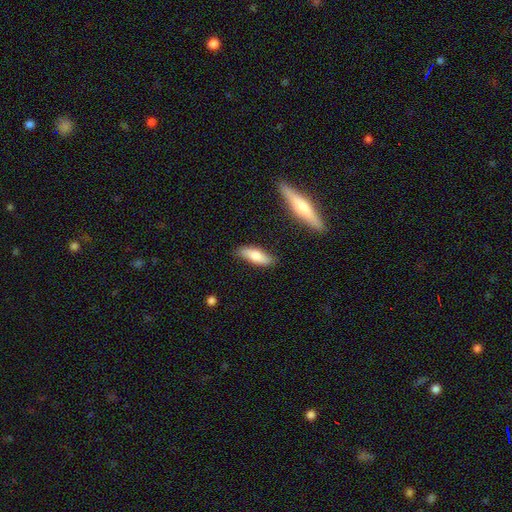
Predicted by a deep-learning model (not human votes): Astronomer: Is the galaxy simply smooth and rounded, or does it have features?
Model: smooth — 74%.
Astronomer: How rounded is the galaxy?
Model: in between — 56% (runner-up: cigar-shaped, 42%).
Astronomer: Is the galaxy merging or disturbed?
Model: none — 81%.